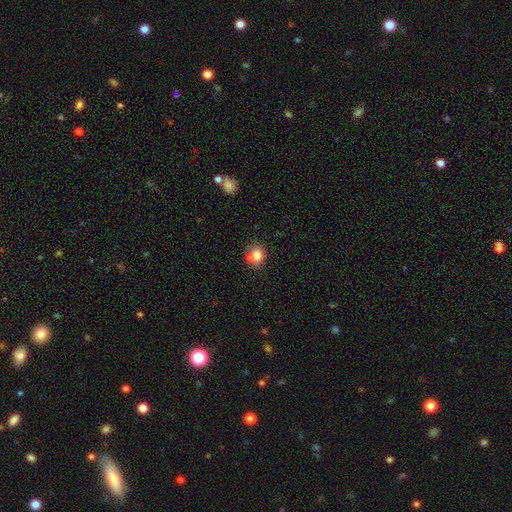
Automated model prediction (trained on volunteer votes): Morphology: type=smooth (76%); roundness=round (70%); merging=none (49%).